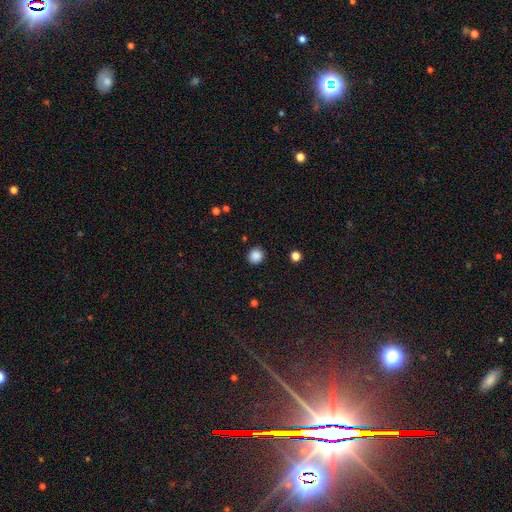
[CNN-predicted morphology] smooth-or-featured: smooth: 87% | star or artifact: 10% | featured or disk: 3%
  how-rounded: round: 89% | in between: 10% | cigar-shaped: 1%
  merging: none: 90% | minor disturbance: 6% | major disturbance: 2% | merger: 1%